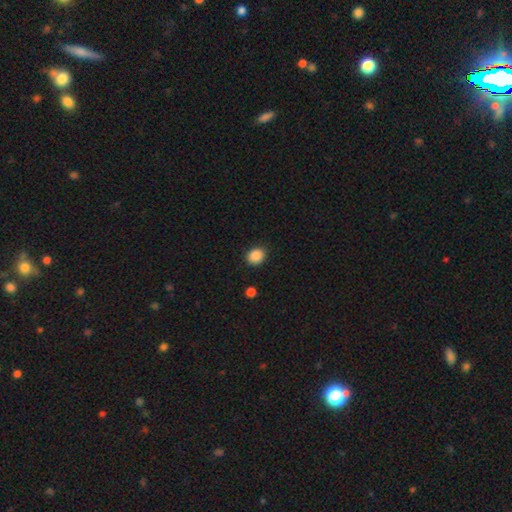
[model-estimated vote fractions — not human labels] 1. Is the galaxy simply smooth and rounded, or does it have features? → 88% smooth, 9% star or artifact, 3% featured or disk.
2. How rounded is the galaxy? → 70% round, 29% in between, 1% cigar-shaped.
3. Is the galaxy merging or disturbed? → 87% none, 9% minor disturbance, 2% major disturbance, 2% merger.